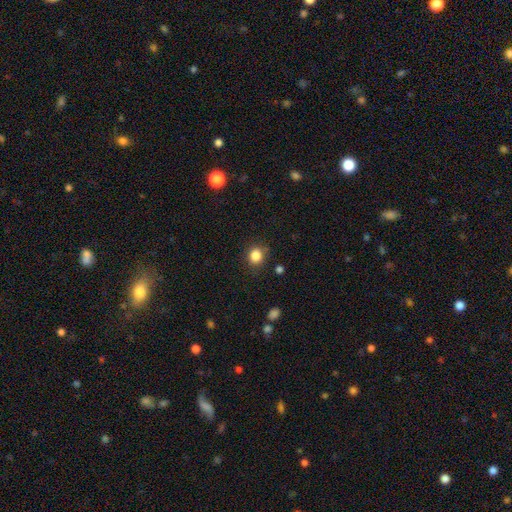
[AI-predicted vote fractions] smooth-or-featured: smooth: 84% | star or artifact: 11% | featured or disk: 4%
  how-rounded: round: 80% | in between: 19% | cigar-shaped: 1%
  merging: none: 83% | minor disturbance: 11% | major disturbance: 3% | merger: 2%